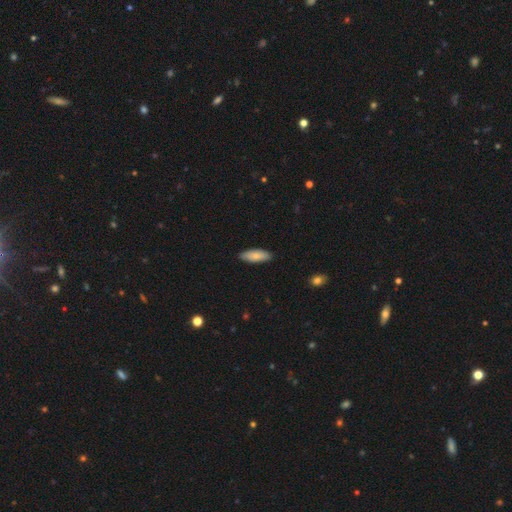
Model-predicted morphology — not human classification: Overall: smooth (82%). How rounded: in between (68%; cigar-shaped 30%). Merging: none (88%).